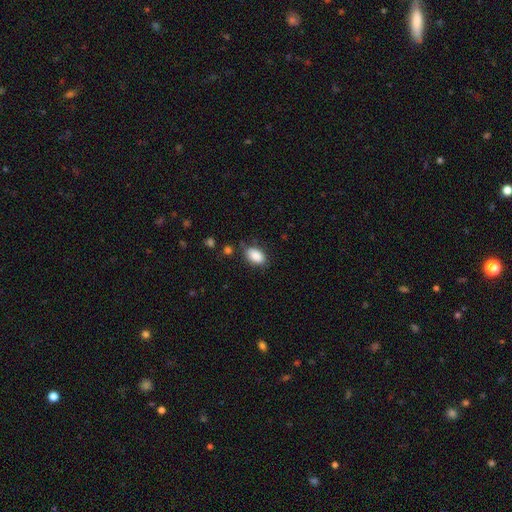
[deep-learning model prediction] Q: Smooth or featured?
A: smooth (89%); runner-up: star or artifact (7%)
Q: How rounded?
A: in between (91%); runner-up: round (7%)
Q: Merging?
A: none (80%); runner-up: minor disturbance (14%)